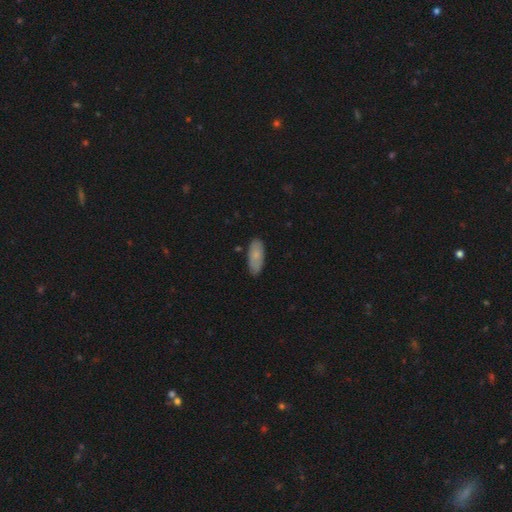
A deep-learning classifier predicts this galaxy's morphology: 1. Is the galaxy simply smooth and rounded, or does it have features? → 76% smooth, 18% featured or disk, 6% star or artifact.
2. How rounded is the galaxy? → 85% in between, 13% cigar-shaped, 2% round.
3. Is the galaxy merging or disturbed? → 80% none, 15% minor disturbance, 3% major disturbance, 2% merger.